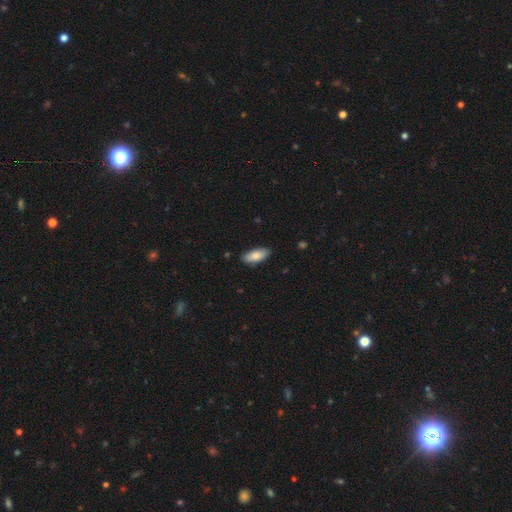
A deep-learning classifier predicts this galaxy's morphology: Smooth or featured? Predicted: smooth (p=0.84). How rounded? Predicted: in between (p=0.85). Merging? Predicted: none (p=0.87).